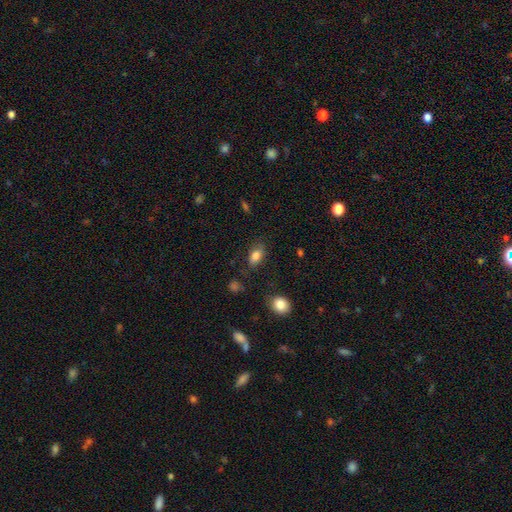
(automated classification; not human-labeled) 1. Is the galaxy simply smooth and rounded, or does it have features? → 82% smooth, 9% featured or disk, 9% star or artifact.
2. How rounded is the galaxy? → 87% in between, 10% round, 3% cigar-shaped.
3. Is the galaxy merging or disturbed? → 78% none, 16% minor disturbance, 4% major disturbance, 2% merger.